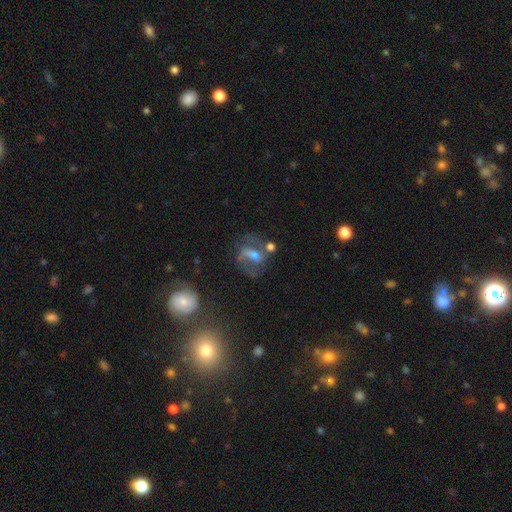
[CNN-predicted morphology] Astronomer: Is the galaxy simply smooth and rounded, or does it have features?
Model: featured or disk — 70%.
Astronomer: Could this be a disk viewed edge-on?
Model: no — 95%.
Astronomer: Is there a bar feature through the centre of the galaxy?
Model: weak — 43% (runner-up: strong, 37%).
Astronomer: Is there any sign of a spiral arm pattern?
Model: yes — 86%.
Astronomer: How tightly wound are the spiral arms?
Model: medium — 51% (runner-up: loose, 31%).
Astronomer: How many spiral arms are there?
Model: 2 — 80%.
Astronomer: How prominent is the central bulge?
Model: moderate — 42% (runner-up: small, 37%).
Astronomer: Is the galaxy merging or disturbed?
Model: none — 51%.